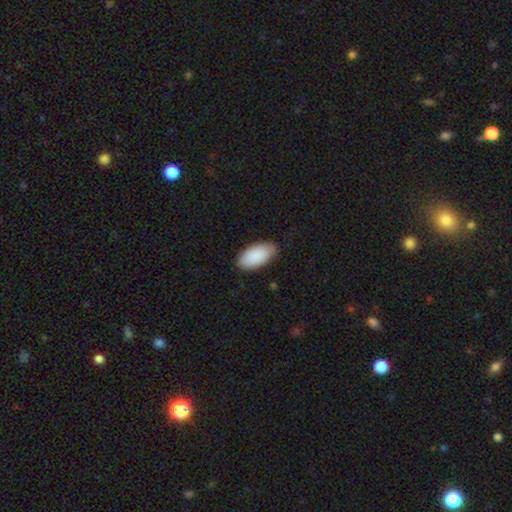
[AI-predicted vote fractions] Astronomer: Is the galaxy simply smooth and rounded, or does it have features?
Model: smooth — 89%.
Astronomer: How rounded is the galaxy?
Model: in between — 96%.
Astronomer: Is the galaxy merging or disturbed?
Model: none — 80%.